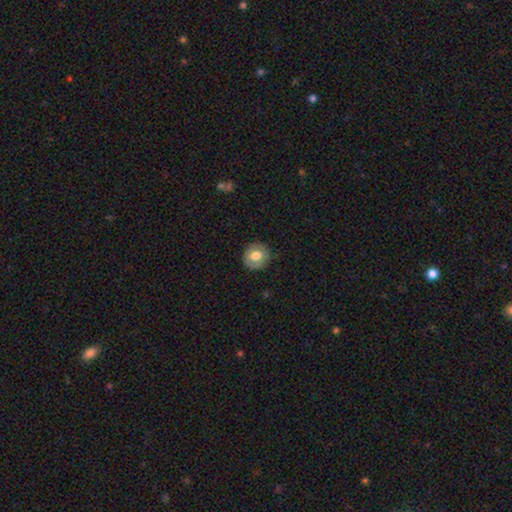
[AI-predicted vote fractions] smooth-or-featured: smooth: 68% | featured or disk: 24% | star or artifact: 7%
  how-rounded: round: 83% | in between: 16% | cigar-shaped: 1%
  merging: none: 84% | minor disturbance: 12% | major disturbance: 3% | merger: 1%